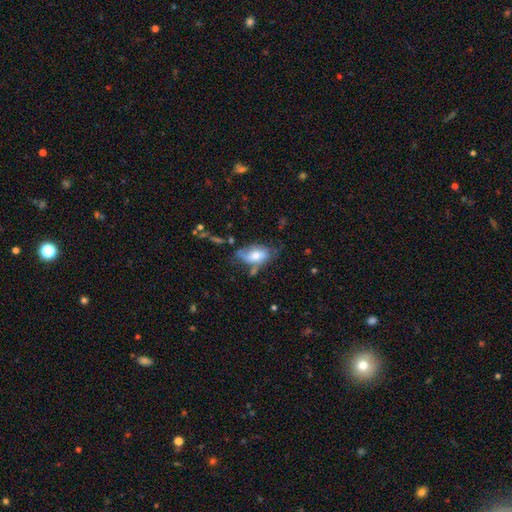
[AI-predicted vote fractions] Smooth or featured?
  - smooth: 64% *
  - featured or disk: 28%
  - star or artifact: 8%
How rounded?
  - in between: 90% *
  - round: 6%
  - cigar-shaped: 4%
Merging?
  - none: 40% *
  - minor disturbance: 31%
  - major disturbance: 18%
  - merger: 11%